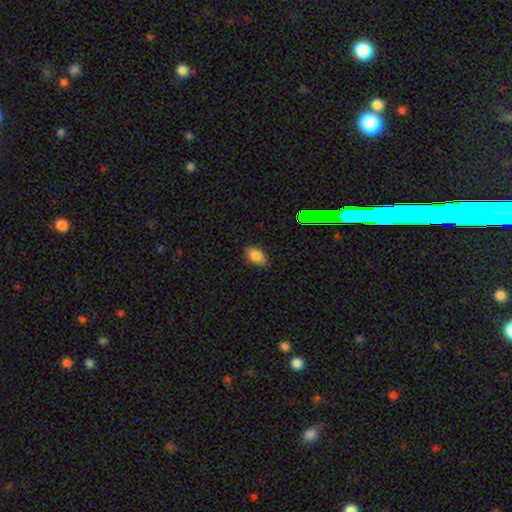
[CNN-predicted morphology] smooth 83%, star or artifact 10%, featured or disk 7%. Down the decision tree: how rounded — in between (90%); merging — none (82%).